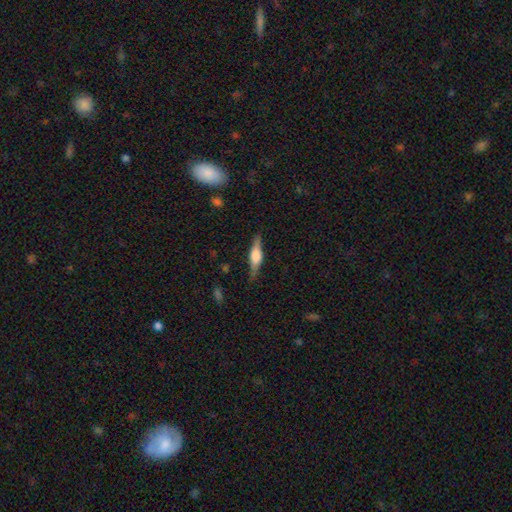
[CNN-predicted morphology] A featured or disk galaxy (59%) viewed edge-on (95%) with a rounded central bulge (76%). Merging: none (82%).